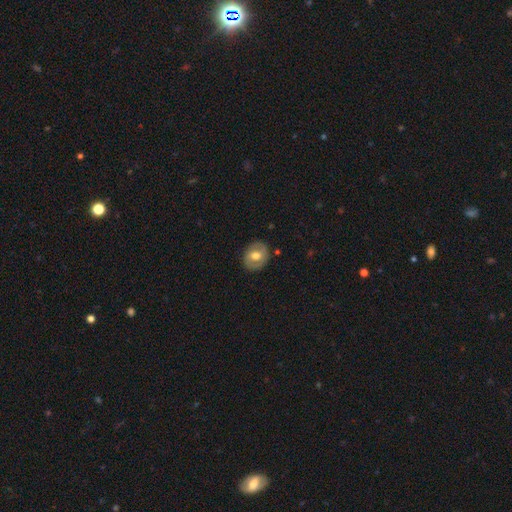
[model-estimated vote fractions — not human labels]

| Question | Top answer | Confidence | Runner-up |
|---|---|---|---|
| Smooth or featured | smooth | 48% | featured or disk (46%) |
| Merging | none | 84% | minor disturbance (11%) |